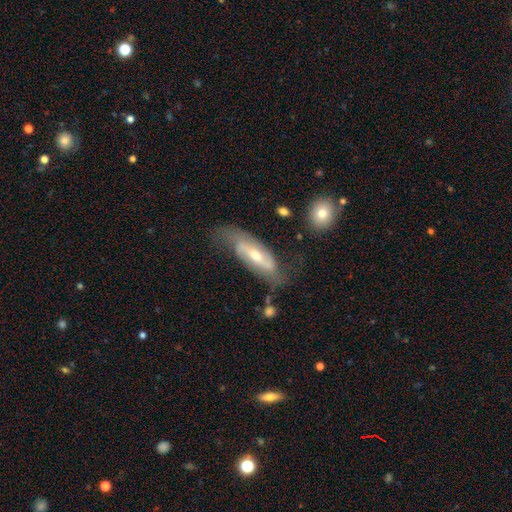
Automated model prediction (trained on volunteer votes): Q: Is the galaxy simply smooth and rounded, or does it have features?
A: featured or disk — 72%.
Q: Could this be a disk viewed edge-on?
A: no — 80%.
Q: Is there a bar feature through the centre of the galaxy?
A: weak — 37%.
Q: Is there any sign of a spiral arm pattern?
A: yes — 83%.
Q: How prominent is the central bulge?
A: moderate — 54%.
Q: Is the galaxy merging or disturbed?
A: none — 59%.